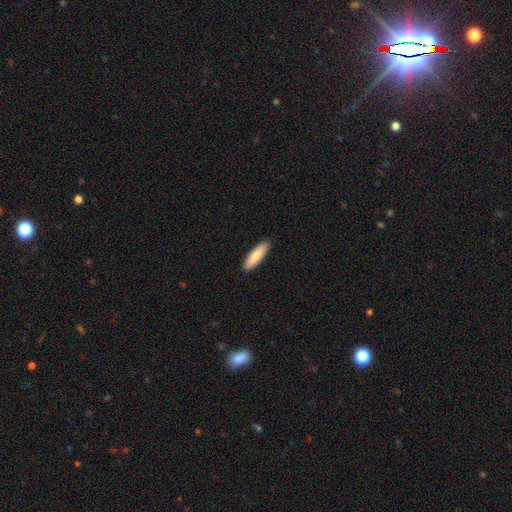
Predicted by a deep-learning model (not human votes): This is clearly a smooth galaxy (86%). How rounded: likely cigar-shaped (63%). Merging: clearly none (91%).